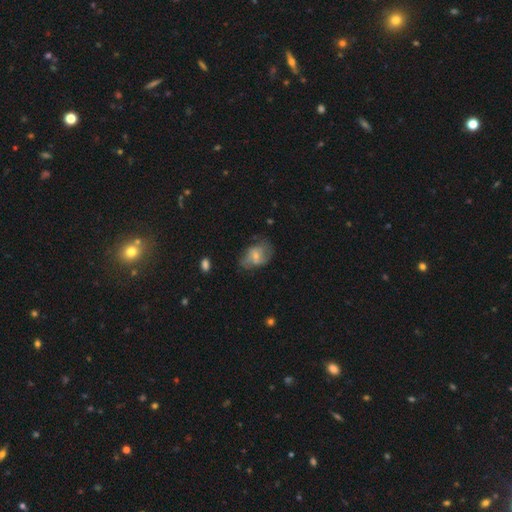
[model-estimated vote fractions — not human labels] The model was most divided on "smooth or featured": featured or disk: 47%, smooth: 45%, star or artifact: 8%. Remaining: merging — none (45%).